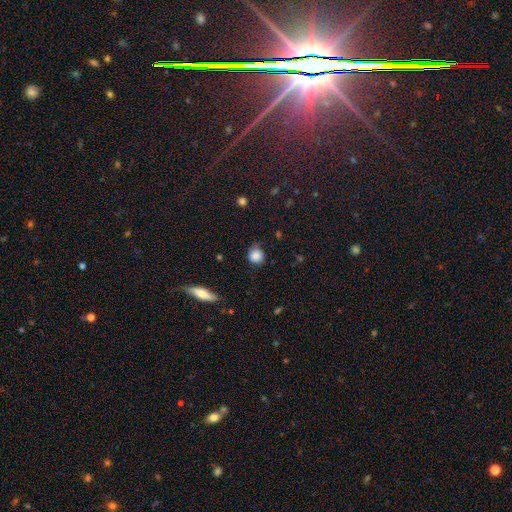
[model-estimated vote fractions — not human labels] Smooth or featured? Predicted: smooth (p=0.81). How rounded? Predicted: round (p=0.86). Merging? Predicted: none (p=0.66).